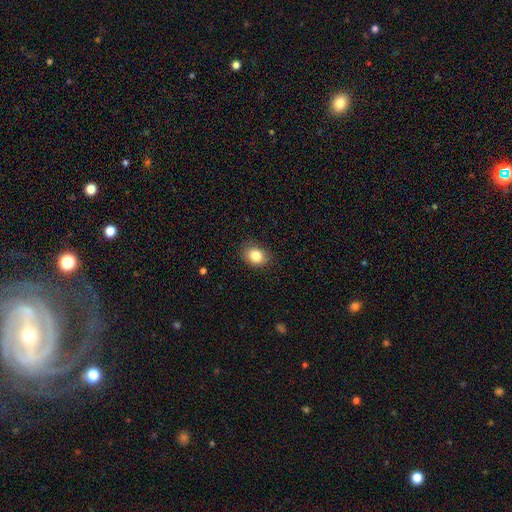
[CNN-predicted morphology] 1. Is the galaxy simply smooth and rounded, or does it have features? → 84% smooth, 9% star or artifact, 7% featured or disk.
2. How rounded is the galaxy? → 55% in between, 44% round, 1% cigar-shaped.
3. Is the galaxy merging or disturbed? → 84% none, 12% minor disturbance, 3% major disturbance, 1% merger.